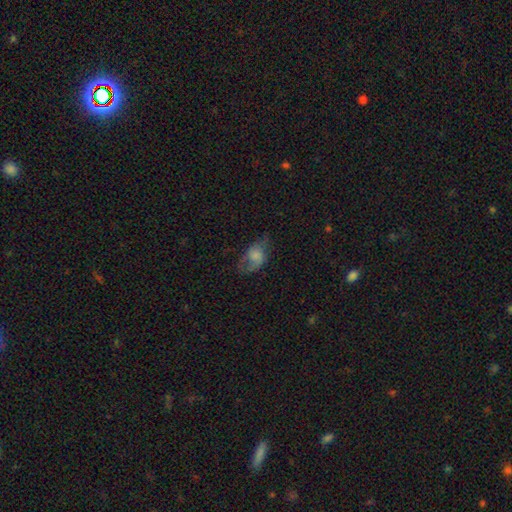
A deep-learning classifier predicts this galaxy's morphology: Overall: smooth (56%; featured or disk 34%). How rounded: in between (81%). Merging: none (45%; minor disturbance 28%).